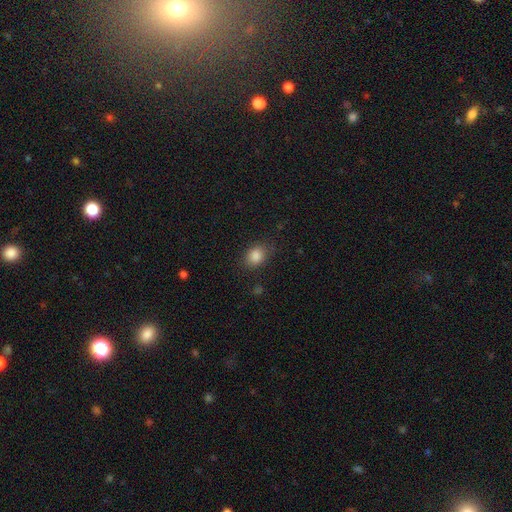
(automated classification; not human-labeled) A smooth galaxy with no disk features (85%) that is in between round and cigar-shaped (60%). Merging: none (81%).